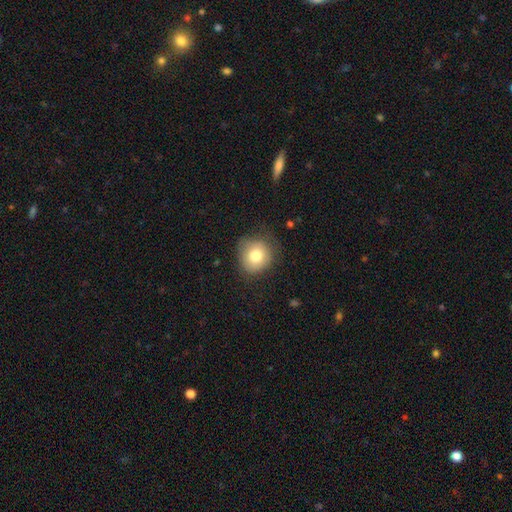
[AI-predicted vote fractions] smooth_or_featured: smooth (p=0.77) [alt: featured or disk p=0.13]
how_rounded: round (p=0.83) [alt: in between p=0.16]
merging: none (p=0.70) [alt: minor disturbance p=0.22]